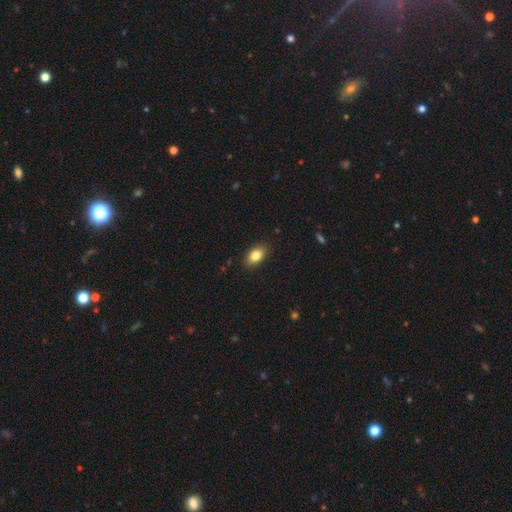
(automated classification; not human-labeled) Smooth or featured: smooth — 84% (star or artifact — 8%)
How rounded: in between — 87% (round — 11%)
Merging: none — 87% (minor disturbance — 10%)